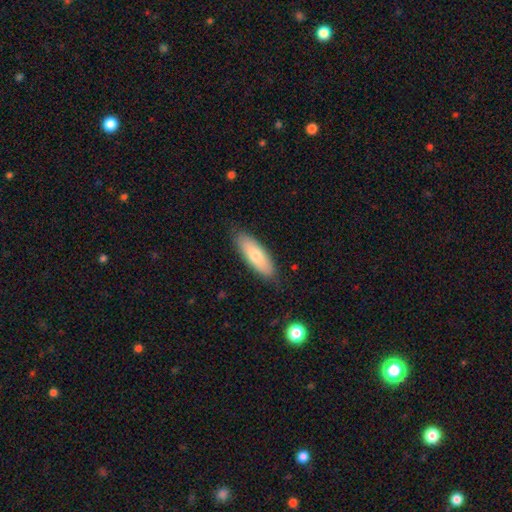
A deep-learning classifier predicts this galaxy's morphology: smooth-or-featured: smooth: 74% | featured or disk: 20% | star or artifact: 6%
  how-rounded: in between: 62% | cigar-shaped: 36% | round: 2%
  merging: none: 83% | minor disturbance: 13% | major disturbance: 3% | merger: 1%